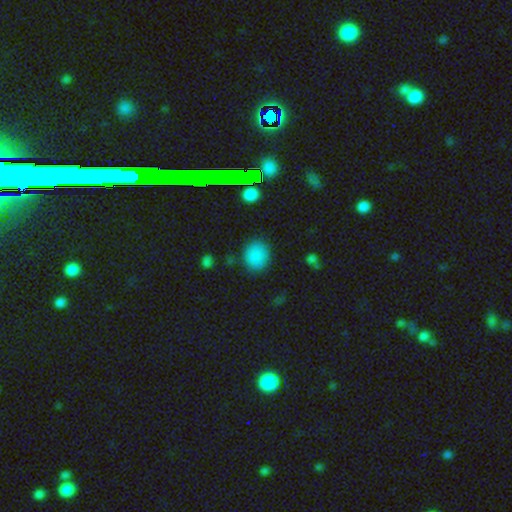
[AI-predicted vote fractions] smooth-or-featured: smooth: 83% | star or artifact: 13% | featured or disk: 4%
  how-rounded: round: 74% | in between: 25% | cigar-shaped: 1%
  merging: none: 84% | minor disturbance: 11% | major disturbance: 3% | merger: 2%